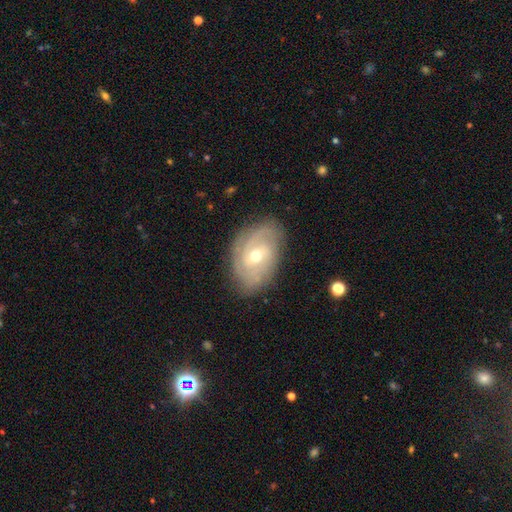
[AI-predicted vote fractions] Overall: featured or disk (80%). Edge-on disk: no (95%). Bar: no (54%; weak 38%). Spiral arms: yes (92%). Spiral arm count: can't tell (32%; 2 31%). Spiral winding: tight (65%; medium 27%). Bulge size: moderate (53%; small 44%). Merging: none (80%).